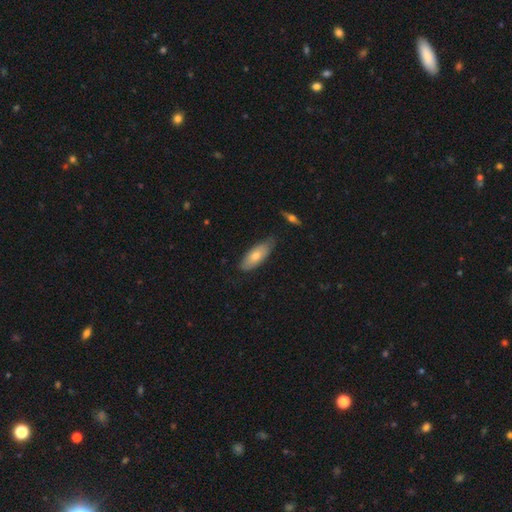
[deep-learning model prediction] Smooth or featured? smooth (68%)
How rounded? in between (76%)
Merging? none (73%)